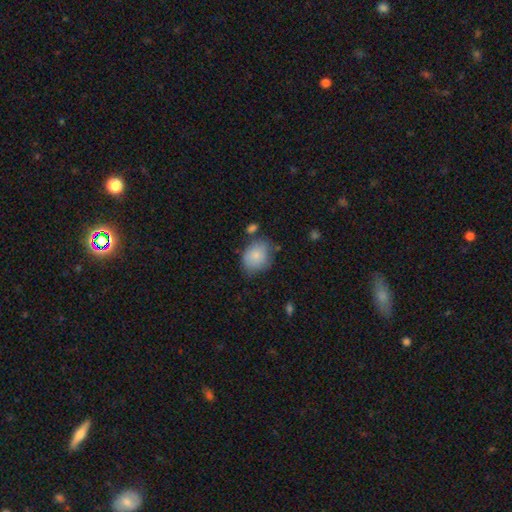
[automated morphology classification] smooth 83%, featured or disk 10%, star or artifact 7%. Down the decision tree: how rounded — round (53%); merging — none (60%).